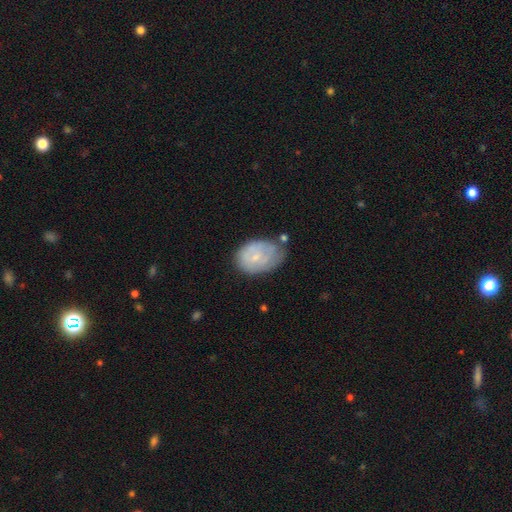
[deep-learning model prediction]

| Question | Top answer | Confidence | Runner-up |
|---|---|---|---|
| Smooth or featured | smooth | 53% | featured or disk (40%) |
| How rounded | in between | 81% | round (18%) |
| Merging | none | 44% | minor disturbance (37%) |